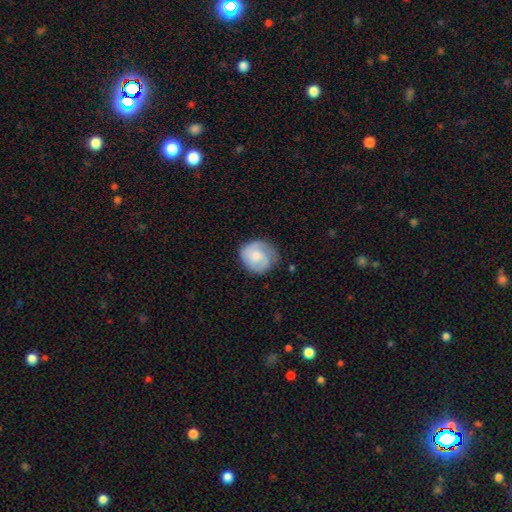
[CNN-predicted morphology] smooth-or-featured: featured or disk: 51% | smooth: 43% | star or artifact: 6%
  disk-edge-on: no: 98% | yes: 2%
    bar: no: 69% | weak: 27% | strong: 4%
    has-spiral-arms: yes: 87% | no: 13%
    bulge-size: moderate: 39% | small: 33% | none: 16% | large: 11% | dominant: 2%
  merging: none: 67% | minor disturbance: 22% | major disturbance: 9% | merger: 1%